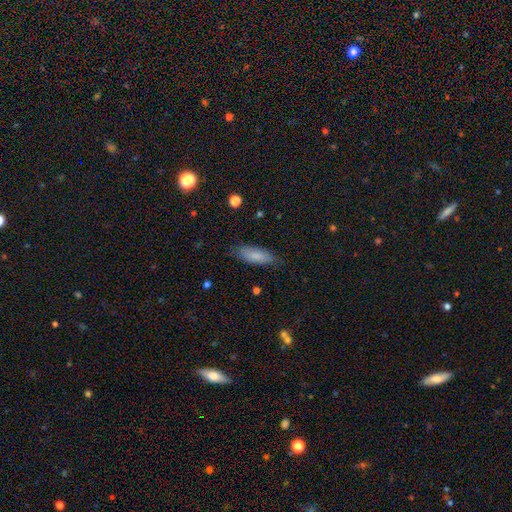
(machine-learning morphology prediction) type=smooth (83%); roundness=in between (61%); merging=none (81%).